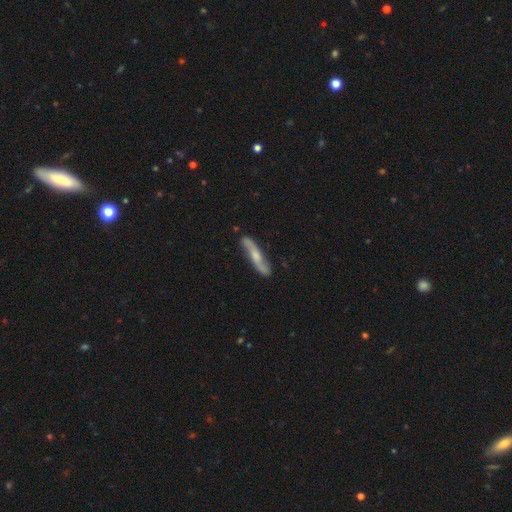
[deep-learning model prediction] Smooth or featured?
  - featured or disk: 67% *
  - smooth: 29%
  - star or artifact: 5%
Edge-on disk?
  - no: 60% *
  - yes: 40%
Merging?
  - none: 84% *
  - minor disturbance: 12%
  - major disturbance: 2%
  - merger: 2%